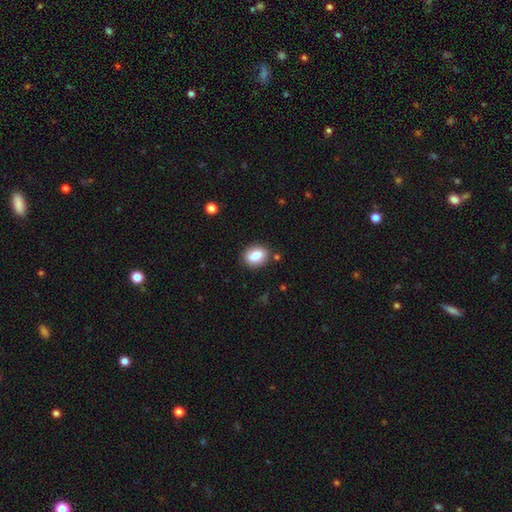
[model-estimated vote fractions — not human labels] smooth_or_featured: smooth (p=0.82) [alt: featured or disk p=0.10]
how_rounded: in between (p=0.66) [alt: round p=0.33]
merging: none (p=0.81) [alt: minor disturbance p=0.12]